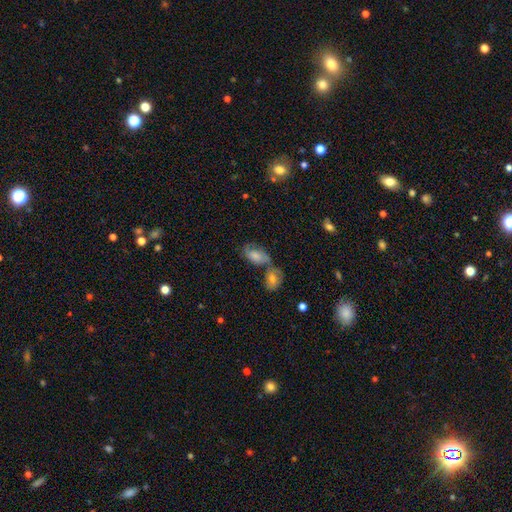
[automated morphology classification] smooth_or_featured: smooth (p=0.61) [alt: featured or disk p=0.31]
how_rounded: in between (p=0.90) [alt: round p=0.07]
merging: none (p=0.37) [alt: merger p=0.36]